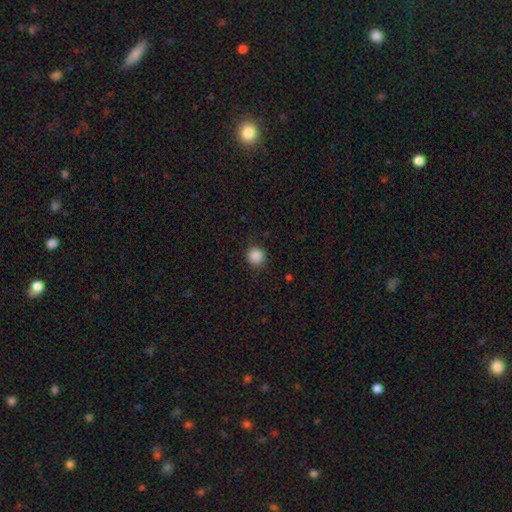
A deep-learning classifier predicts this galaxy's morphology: type=smooth (88%); roundness=round (93%); merging=none (89%).